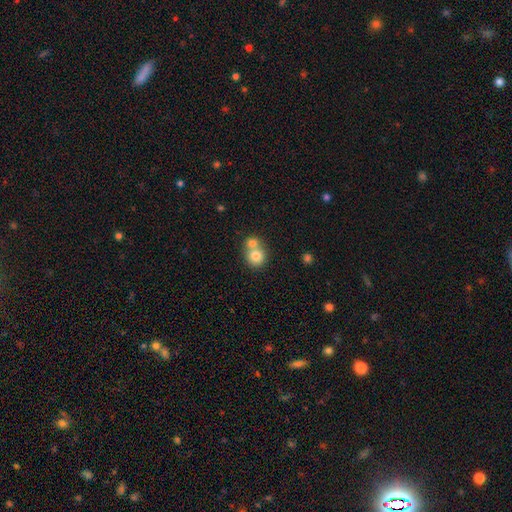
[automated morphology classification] Smooth or featured? smooth (77%)
How rounded? round (85%)
Merging? merger (55%)